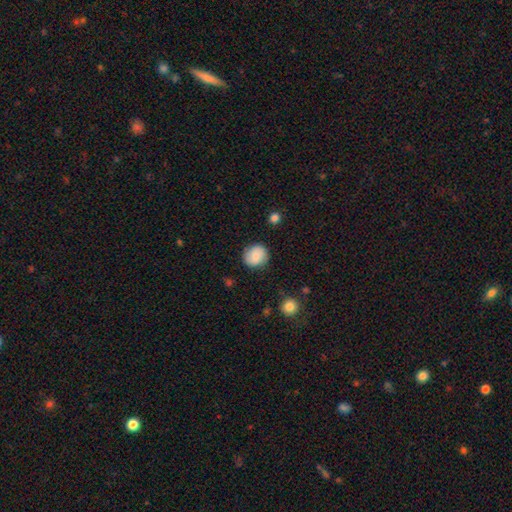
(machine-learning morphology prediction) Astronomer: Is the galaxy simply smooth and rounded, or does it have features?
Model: smooth — 79%.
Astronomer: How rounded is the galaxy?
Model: round — 86%.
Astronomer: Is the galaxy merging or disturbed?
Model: none — 84%.